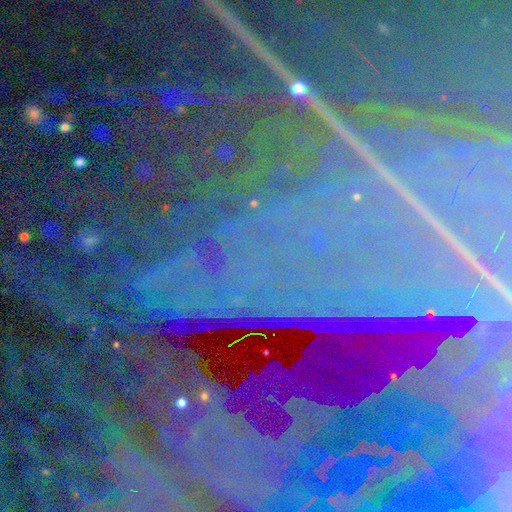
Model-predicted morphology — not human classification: Smooth or featured? Predicted: star or artifact (p=0.88).